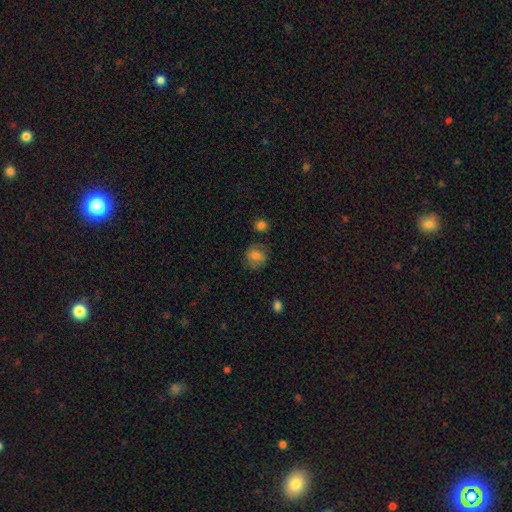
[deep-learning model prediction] Overall: smooth (78%). How rounded: round (79%). Merging: none (77%).